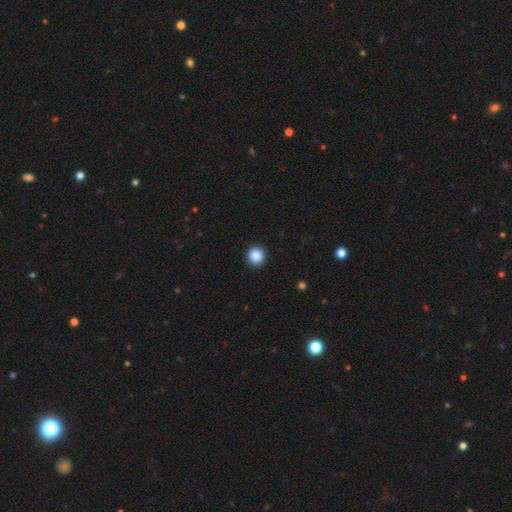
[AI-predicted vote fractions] Overall: smooth (87%). How rounded: round (95%). Merging: none (93%).